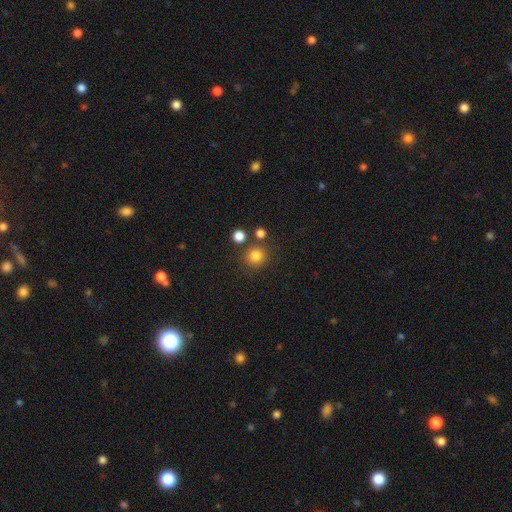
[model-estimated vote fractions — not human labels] Q: Smooth or featured?
A: smooth (82%); runner-up: star or artifact (13%)
Q: How rounded?
A: round (91%); runner-up: in between (8%)
Q: Merging?
A: none (80%); runner-up: merger (9%)